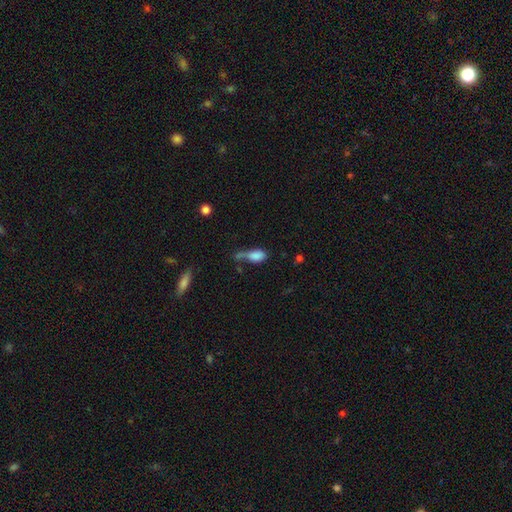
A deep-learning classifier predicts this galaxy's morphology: Q: Smooth or featured?
A: smooth (78%); runner-up: featured or disk (13%)
Q: How rounded?
A: in between (83%); runner-up: cigar-shaped (9%)
Q: Merging?
A: none (28%); runner-up: major disturbance (24%)